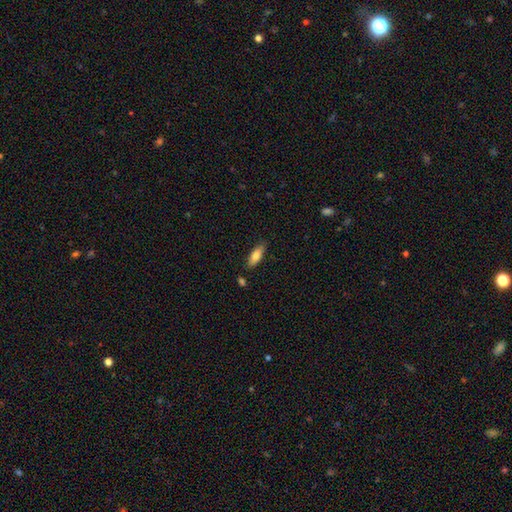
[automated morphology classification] A smooth galaxy with no disk features (78%) that is in between round and cigar-shaped (65%). Merging: none (80%).